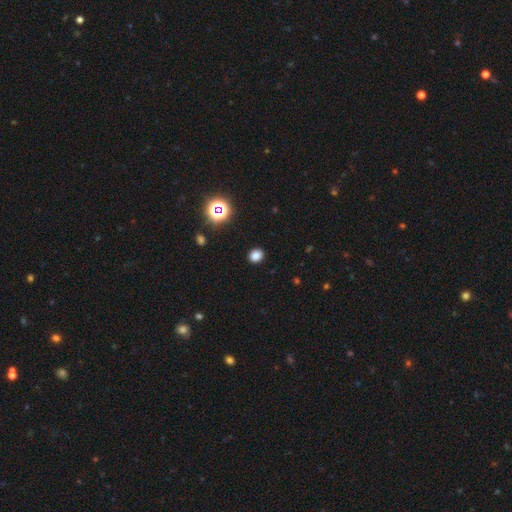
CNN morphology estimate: type=smooth (80%); roundness=round (62%); merging=none (90%).